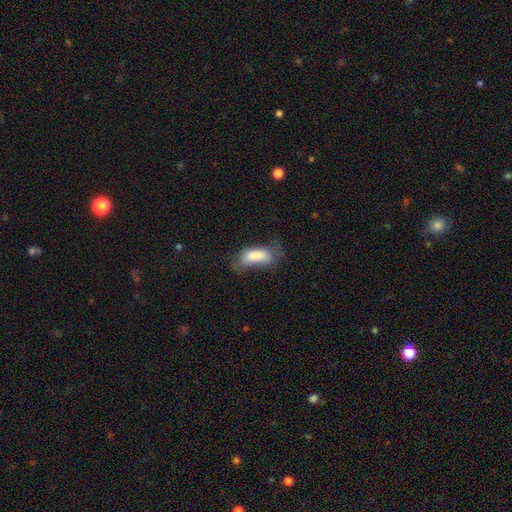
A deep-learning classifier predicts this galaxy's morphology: Q: Smooth or featured?
A: smooth (78%); runner-up: featured or disk (14%)
Q: How rounded?
A: in between (80%); runner-up: cigar-shaped (18%)
Q: Merging?
A: none (35%); runner-up: minor disturbance (34%)